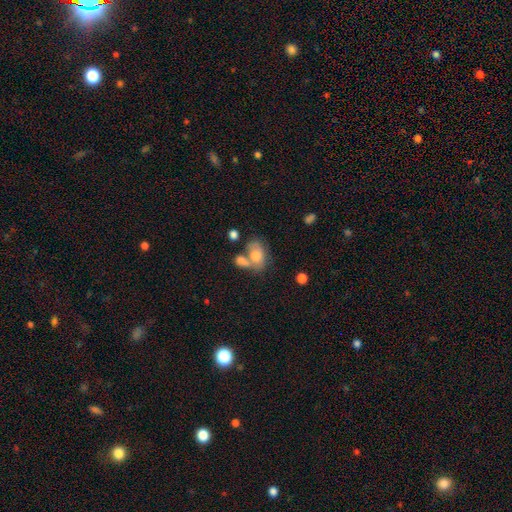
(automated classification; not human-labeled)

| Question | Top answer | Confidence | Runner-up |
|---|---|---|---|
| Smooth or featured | smooth | 71% | featured or disk (21%) |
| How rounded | in between | 81% | round (17%) |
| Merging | merger | 44% | none (30%) |